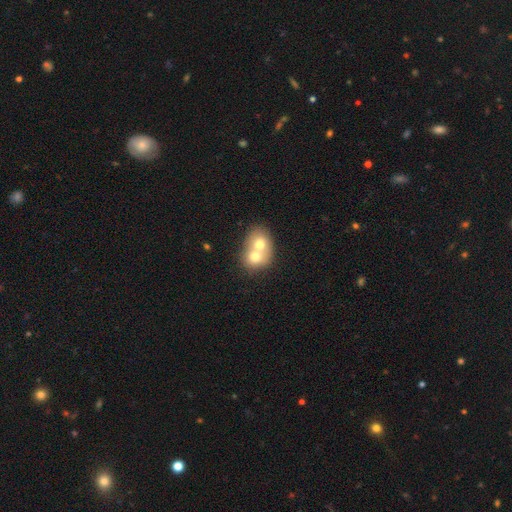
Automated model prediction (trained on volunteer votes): smooth 64%, featured or disk 28%, star or artifact 8%. Down the decision tree: how rounded — round (54%); merging — merger (76%).